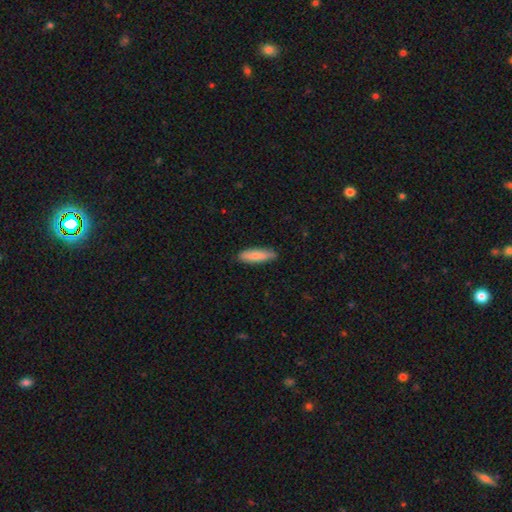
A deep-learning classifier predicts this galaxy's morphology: This is clearly a smooth galaxy (81%). How rounded: possibly cigar-shaped (58%). Merging: clearly none (81%).